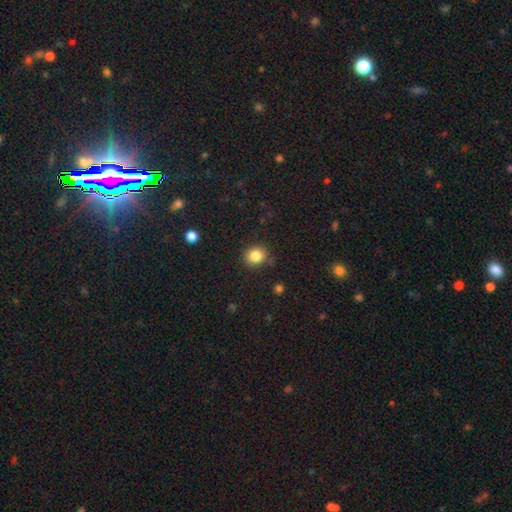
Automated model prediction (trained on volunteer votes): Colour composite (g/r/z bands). It shows a smooth galaxy with no disk features (84%) that is round (80%). Merging: none (85%).